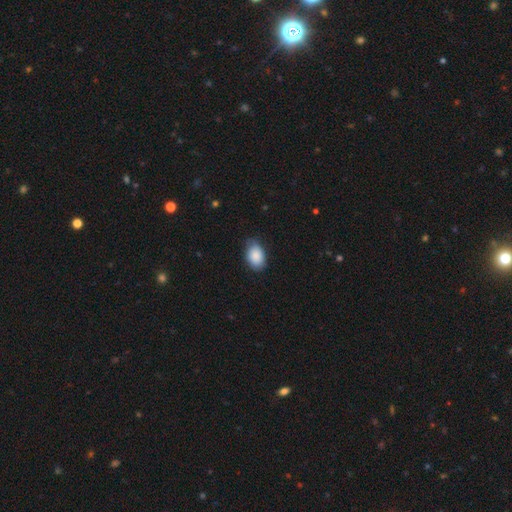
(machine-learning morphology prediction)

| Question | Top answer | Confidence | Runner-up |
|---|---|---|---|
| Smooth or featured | smooth | 88% | star or artifact (6%) |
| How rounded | in between | 86% | round (13%) |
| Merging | none | 74% | minor disturbance (22%) |